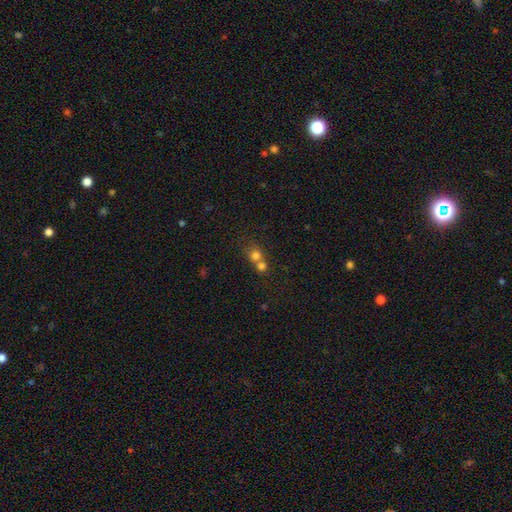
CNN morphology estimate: type=smooth (75%); roundness=round (80%); merging=merger (60%).